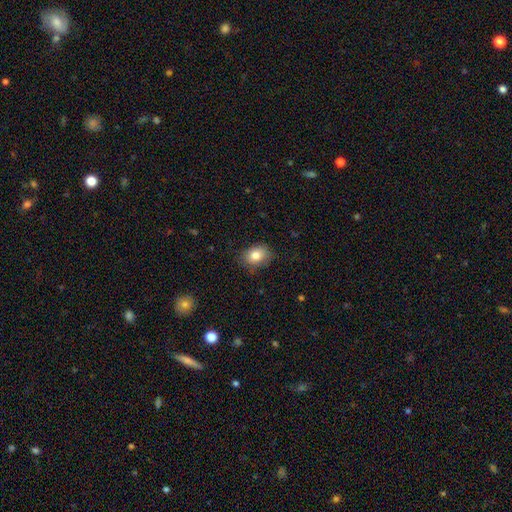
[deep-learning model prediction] Smooth or featured? smooth (81%)
How rounded? in between (65%)
Merging? none (82%)